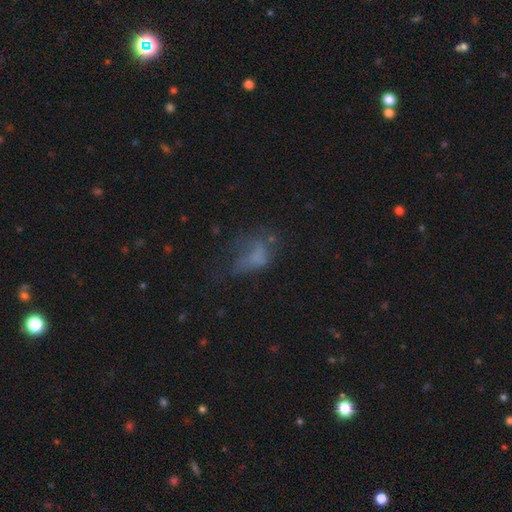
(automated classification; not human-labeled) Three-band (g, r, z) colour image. It shows a smooth galaxy with no disk features (47%). Merging: major disturbance (43%).